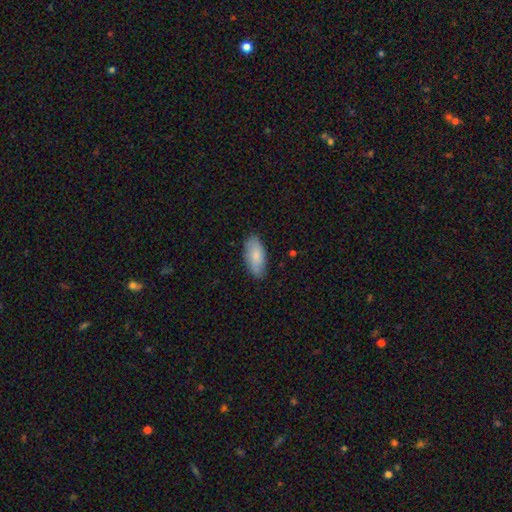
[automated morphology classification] Smooth or featured: smooth — 80% (featured or disk — 15%)
How rounded: in between — 88% (cigar-shaped — 10%)
Merging: none — 81% (minor disturbance — 16%)